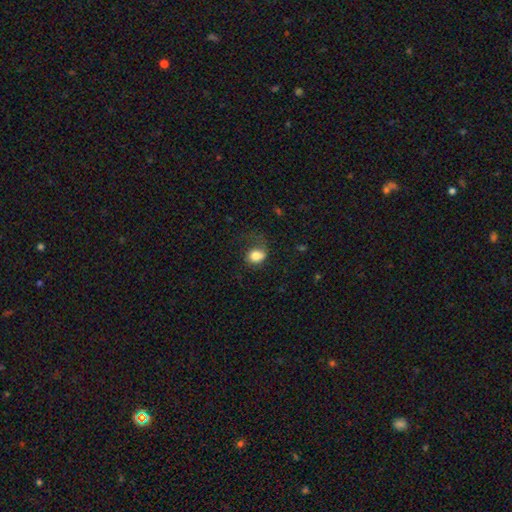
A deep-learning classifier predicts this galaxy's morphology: Smooth or featured? smooth (79%)
How rounded? in between (51%)
Merging? none (44%)